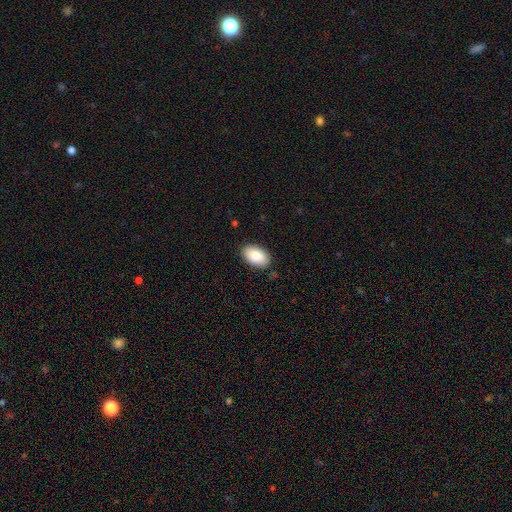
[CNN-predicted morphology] Q: Smooth or featured?
A: smooth (89%); runner-up: star or artifact (6%)
Q: How rounded?
A: in between (95%); runner-up: round (4%)
Q: Merging?
A: none (86%); runner-up: minor disturbance (10%)